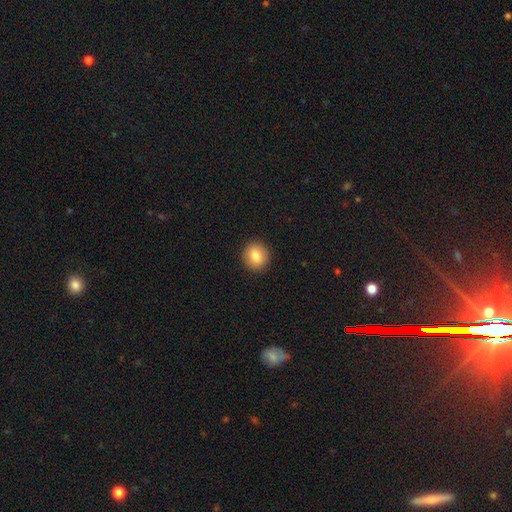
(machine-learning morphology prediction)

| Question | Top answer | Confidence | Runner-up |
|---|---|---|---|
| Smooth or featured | smooth | 84% | star or artifact (9%) |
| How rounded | round | 85% | in between (14%) |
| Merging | none | 92% | minor disturbance (5%) |